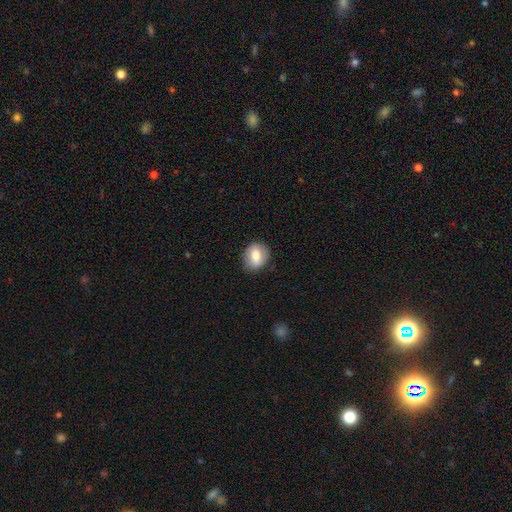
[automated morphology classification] Smooth or featured? smooth (71%)
How rounded? in between (52%)
Merging? none (83%)